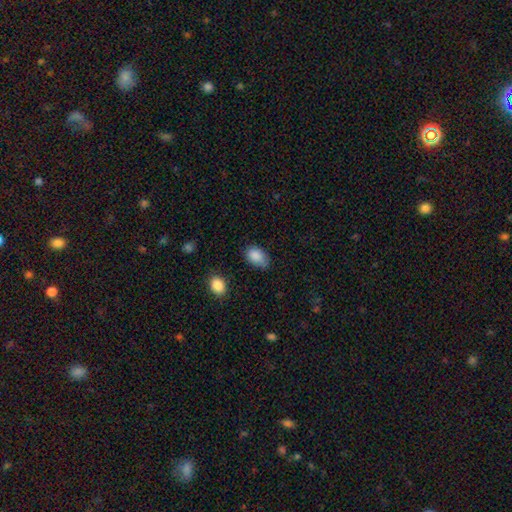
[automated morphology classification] Q: Smooth or featured?
A: smooth (87%); runner-up: star or artifact (8%)
Q: How rounded?
A: in between (88%); runner-up: round (11%)
Q: Merging?
A: none (62%); runner-up: minor disturbance (30%)